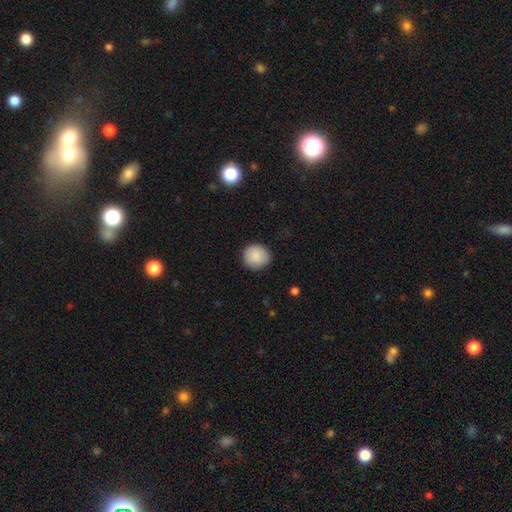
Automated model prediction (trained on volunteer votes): Q: Smooth or featured?
A: smooth (88%); runner-up: star or artifact (7%)
Q: How rounded?
A: round (92%); runner-up: in between (7%)
Q: Merging?
A: none (88%); runner-up: minor disturbance (9%)